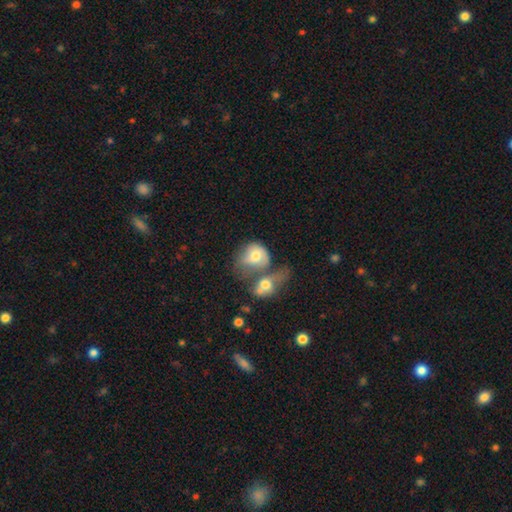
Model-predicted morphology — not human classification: Overall: smooth (62%; featured or disk 30%). How rounded: round (53%; in between 45%). Merging: merger (60%).